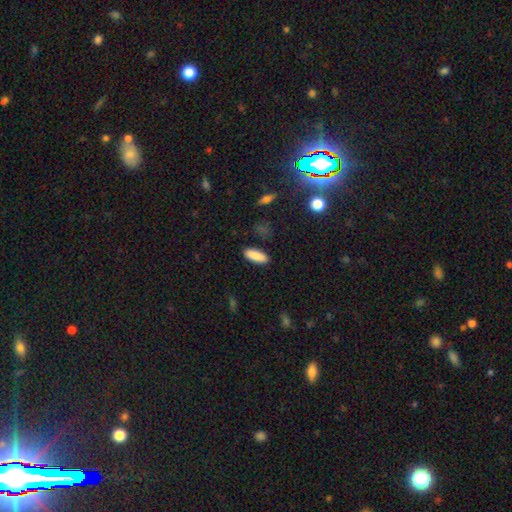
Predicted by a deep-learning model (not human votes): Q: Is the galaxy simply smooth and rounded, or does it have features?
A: smooth — 88%.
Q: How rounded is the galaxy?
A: in between — 61%.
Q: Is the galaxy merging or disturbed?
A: none — 88%.